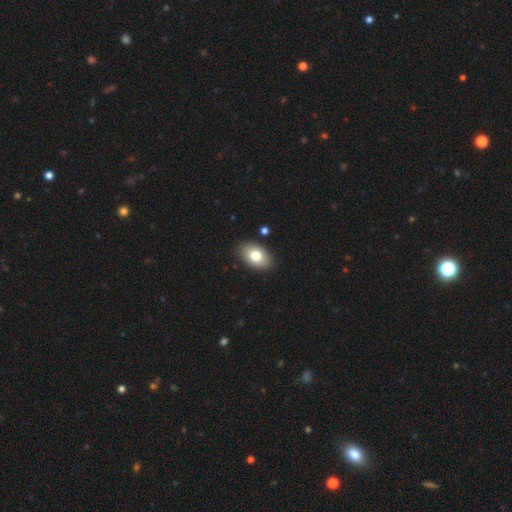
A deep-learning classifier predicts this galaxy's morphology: The model was most divided on "smooth or featured": smooth: 79%, featured or disk: 14%, star or artifact: 7%. More confident: how rounded — in between (90%); merging — none (88%).